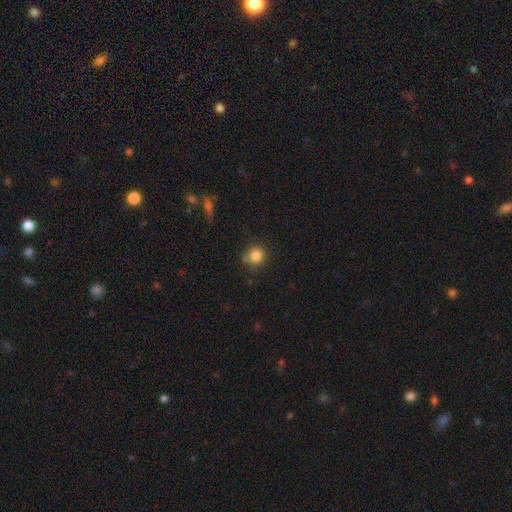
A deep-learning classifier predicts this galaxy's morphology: Overall: smooth (84%). How rounded: round (89%). Merging: none (71%).